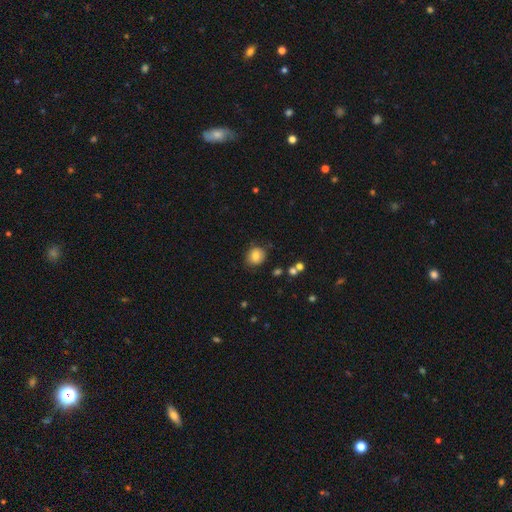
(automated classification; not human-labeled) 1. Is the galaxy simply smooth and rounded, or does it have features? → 80% smooth, 10% star or artifact, 10% featured or disk.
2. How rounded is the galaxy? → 78% round, 21% in between, 1% cigar-shaped.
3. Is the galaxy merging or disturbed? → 81% none, 14% minor disturbance, 3% major disturbance, 2% merger.